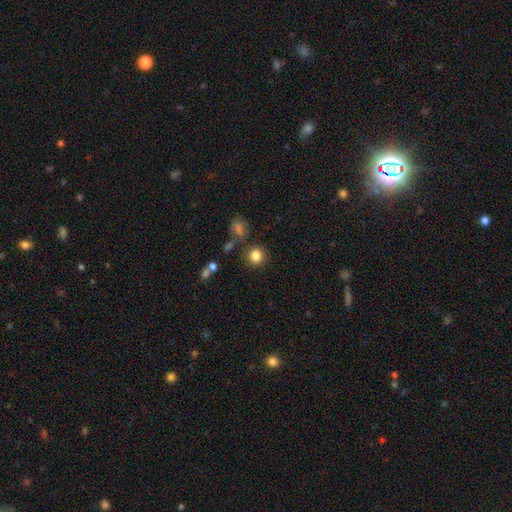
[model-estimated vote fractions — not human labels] Overall: smooth (83%). How rounded: round (86%). Merging: none (81%).